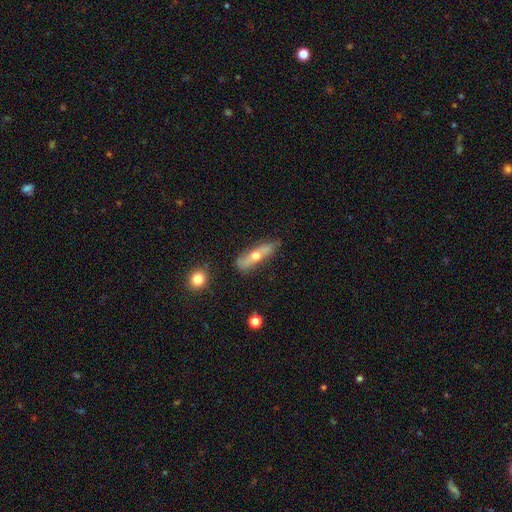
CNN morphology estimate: featured or disk 53%, smooth 39%, star or artifact 7%. Down the decision tree: edge-on disk — yes (60%); merging — none (70%).